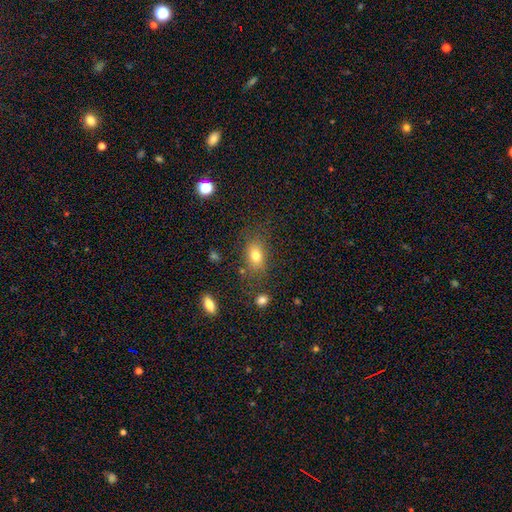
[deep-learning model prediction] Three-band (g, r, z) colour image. It shows a smooth galaxy with no disk features (77%) that is in between round and cigar-shaped (78%). Merging: none (75%).